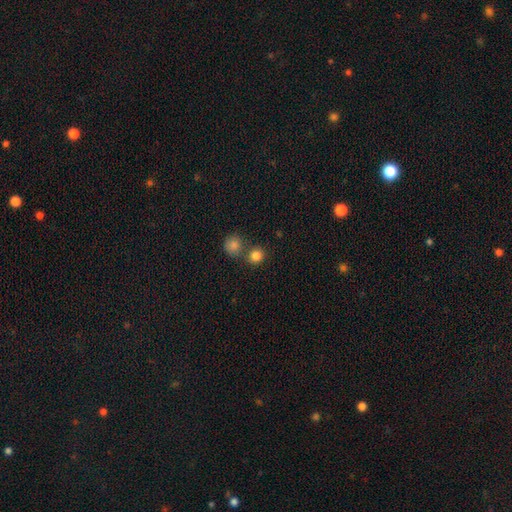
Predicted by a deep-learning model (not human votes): Smooth or featured? smooth (83%)
How rounded? round (84%)
Merging? none (63%)